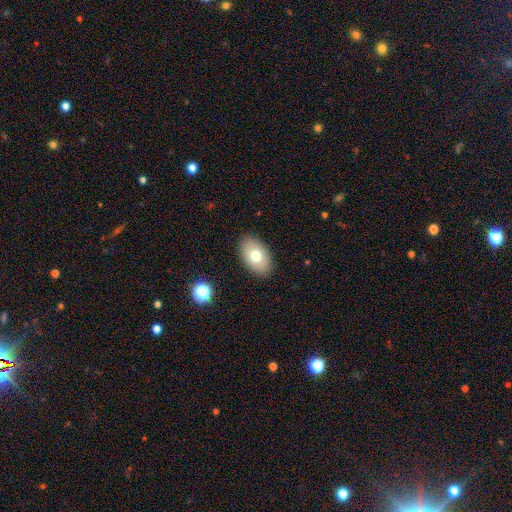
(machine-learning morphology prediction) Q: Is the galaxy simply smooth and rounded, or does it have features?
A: smooth — 72%.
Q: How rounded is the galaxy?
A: in between — 90%.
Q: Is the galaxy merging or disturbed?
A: none — 88%.